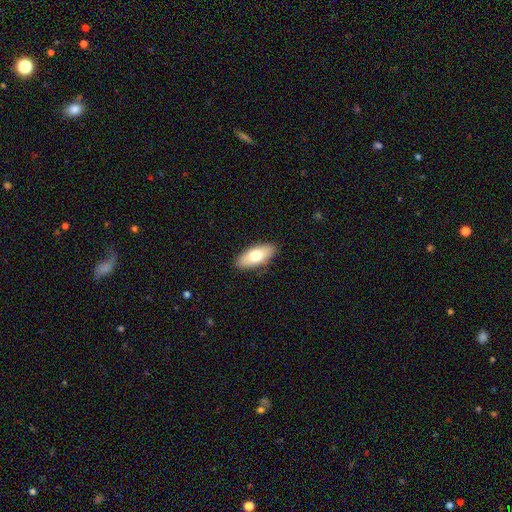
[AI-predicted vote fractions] Smooth or featured? Predicted: smooth (p=0.71). How rounded? Predicted: in between (p=0.87). Merging? Predicted: none (p=0.87).